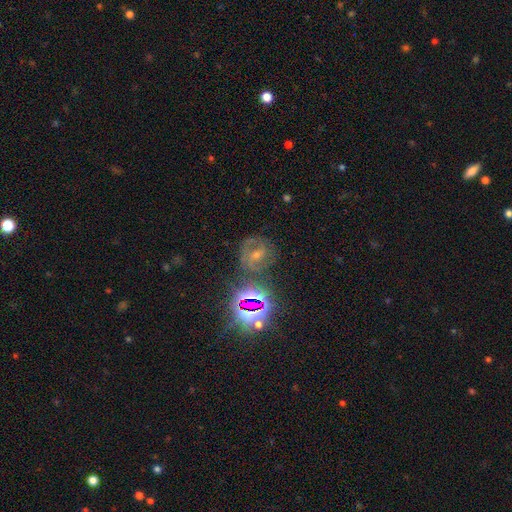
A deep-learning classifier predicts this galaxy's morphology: Smooth or featured? featured or disk (58%)
Edge-on disk? no (97%)
Bar? weak (40%)
Spiral arms? yes (89%)
Spiral winding? tight (44%, tied with medium)
Spiral arm count? 2 (52%)
Bulge size? small (53%)
Merging? none (66%)